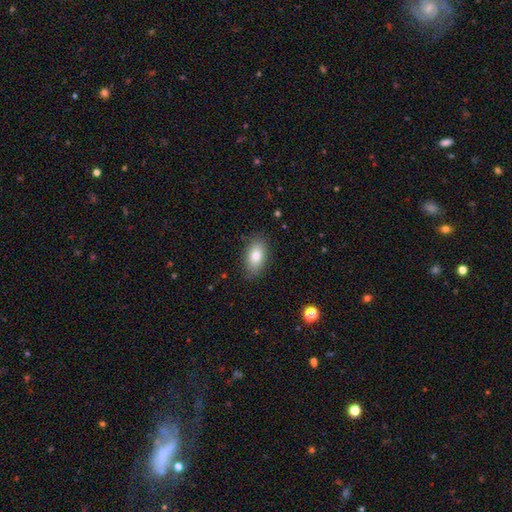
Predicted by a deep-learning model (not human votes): Smooth or featured?
  - smooth: 82% *
  - featured or disk: 10%
  - star or artifact: 7%
How rounded?
  - in between: 92% *
  - round: 6%
  - cigar-shaped: 3%
Merging?
  - none: 85% *
  - minor disturbance: 11%
  - major disturbance: 3%
  - merger: 1%